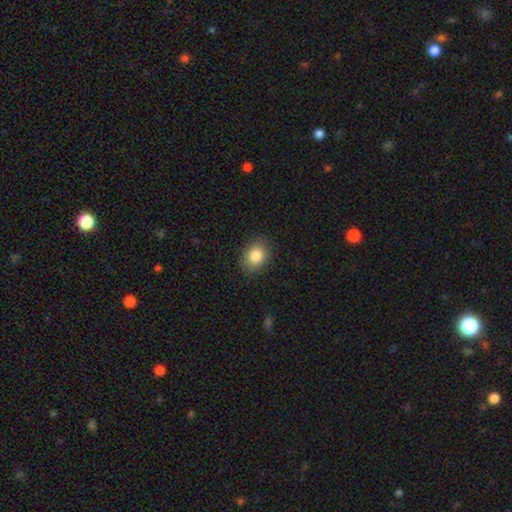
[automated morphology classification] Smooth or featured? Predicted: smooth (p=0.84). How rounded? Predicted: in between (p=0.59). Merging? Predicted: none (p=0.87).